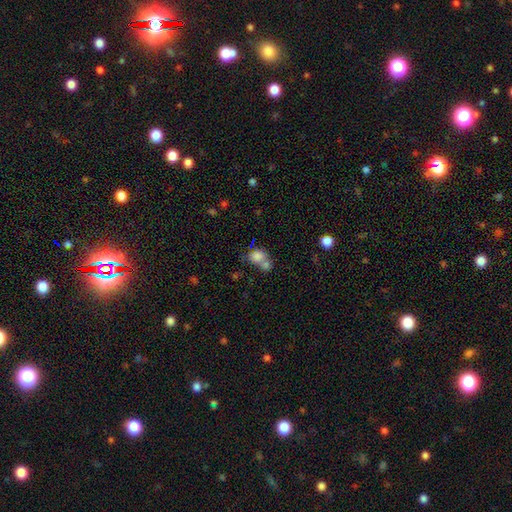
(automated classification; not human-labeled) A smooth galaxy with no disk features (78%) that is round (53%).

Vote fractions:
- Smooth or featured? smooth: 78% / featured or disk: 11% / star or artifact: 11%
- How rounded? round: 53% / in between: 46% / cigar-shaped: 1%
- Merging? merger: 55% / none: 29% / minor disturbance: 10% / major disturbance: 6%